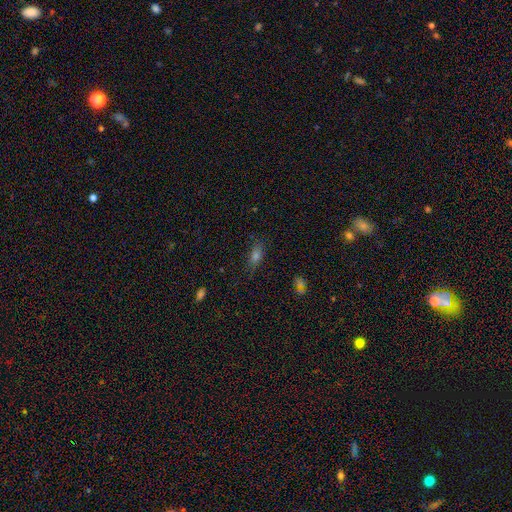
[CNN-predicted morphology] A smooth galaxy with no disk features (58%) that is in between round and cigar-shaped (67%). Merging: none (78%).